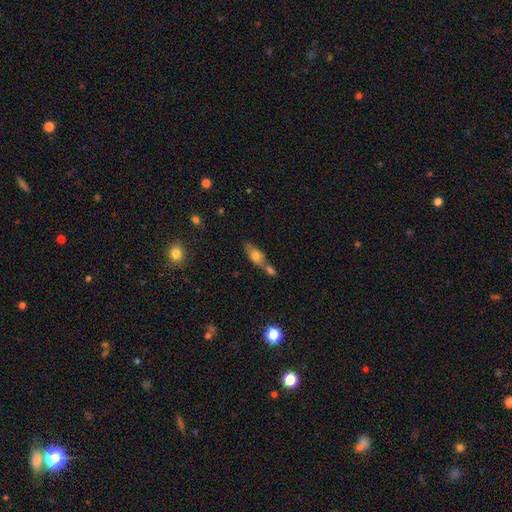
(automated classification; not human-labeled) smooth-or-featured: smooth: 68% | featured or disk: 23% | star or artifact: 9%
  how-rounded: in between: 74% | cigar-shaped: 20% | round: 6%
  merging: merger: 48% | none: 36% | minor disturbance: 12% | major disturbance: 5%